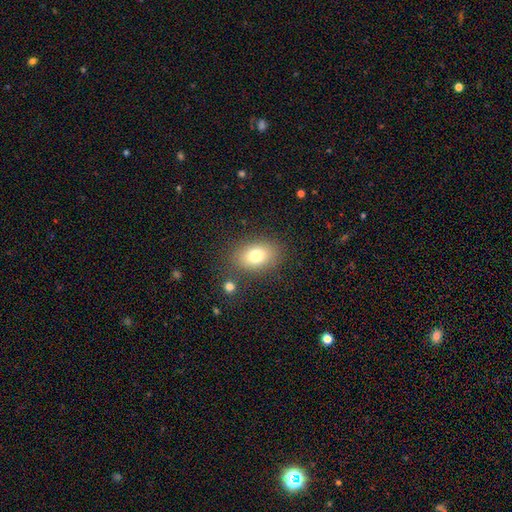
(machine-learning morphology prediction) Q: Smooth or featured?
A: smooth (79%); runner-up: featured or disk (11%)
Q: How rounded?
A: in between (81%); runner-up: round (18%)
Q: Merging?
A: none (81%); runner-up: minor disturbance (11%)